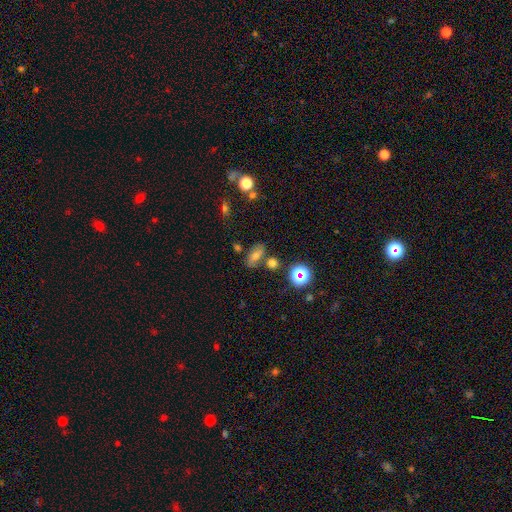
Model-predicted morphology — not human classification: smooth 55%, featured or disk 24%, star or artifact 21%. Down the decision tree: how rounded — in between (74%); merging — none (69%).